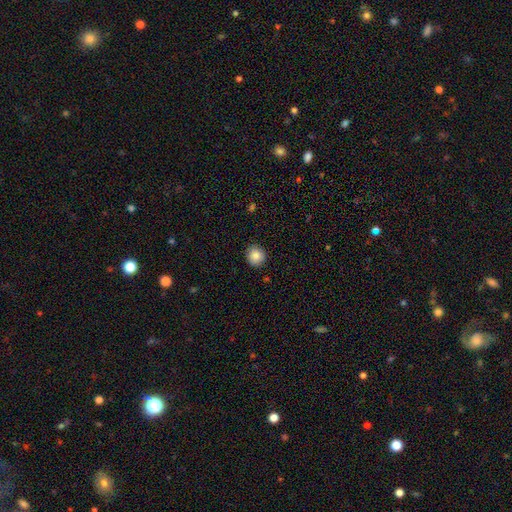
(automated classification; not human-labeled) Q: Smooth or featured?
A: smooth (85%); runner-up: star or artifact (9%)
Q: How rounded?
A: round (90%); runner-up: in between (9%)
Q: Merging?
A: none (89%); runner-up: minor disturbance (8%)